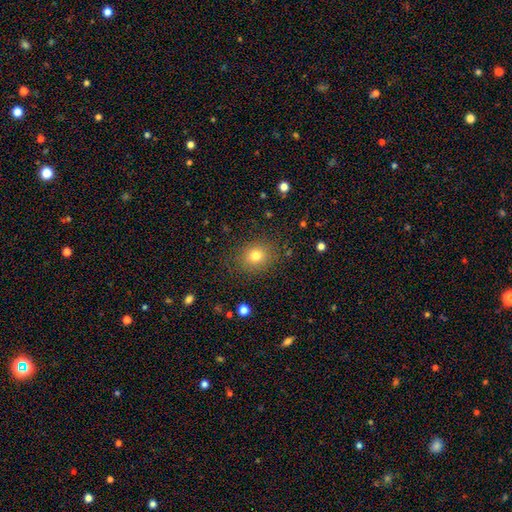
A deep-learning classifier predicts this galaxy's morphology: Smooth or featured: smooth — 78% (star or artifact — 13%)
How rounded: round — 65% (in between — 34%)
Merging: none — 84% (minor disturbance — 11%)